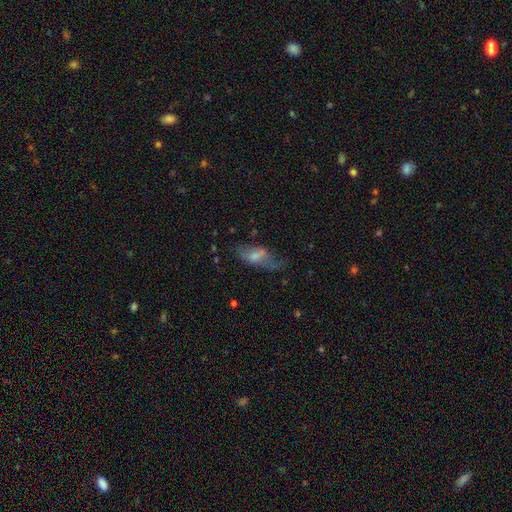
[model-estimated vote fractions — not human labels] Smooth or featured? smooth (47%)
Merging? none (44%)